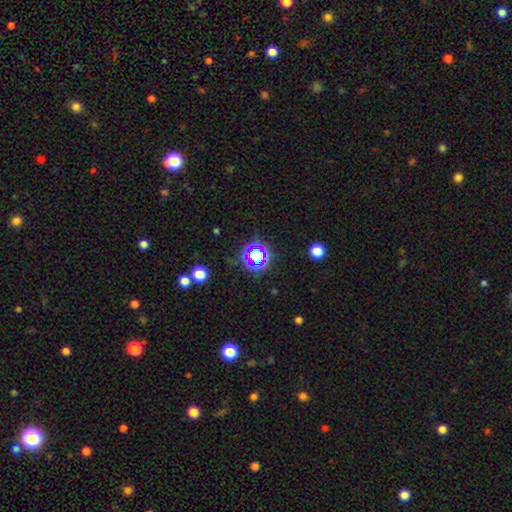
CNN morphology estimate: A star or artifact, not a galaxy (62%).

Vote fractions:
- Smooth or featured? star or artifact: 62% / smooth: 26% / featured or disk: 11%